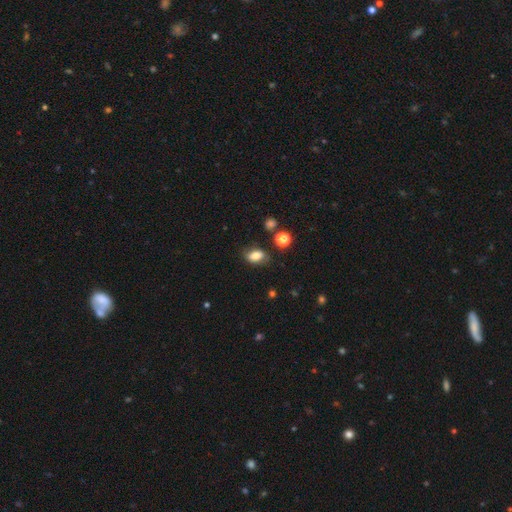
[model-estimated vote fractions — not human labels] This is likely a smooth galaxy (78%). How rounded: clearly in between (83%). Merging: likely none (72%).